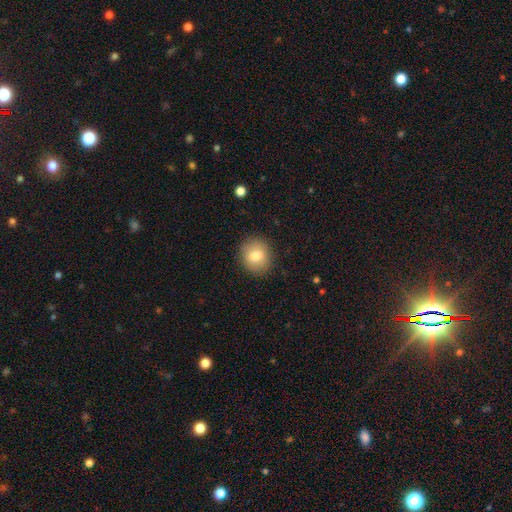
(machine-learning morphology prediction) Smooth or featured? Predicted: smooth (p=0.78). How rounded? Predicted: round (p=0.78). Merging? Predicted: none (p=0.88).